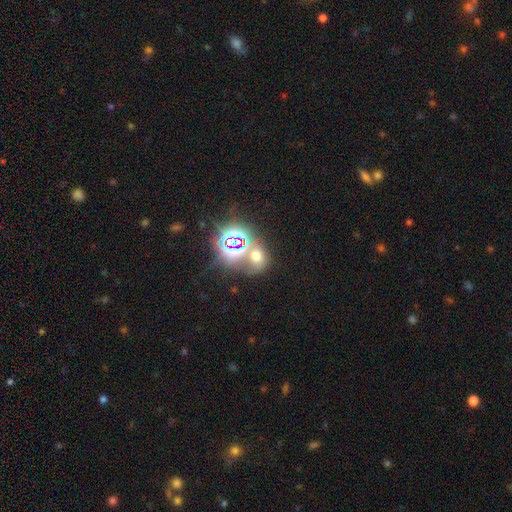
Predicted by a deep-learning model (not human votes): This appears to be a star or artifact, not a galaxy (48%).